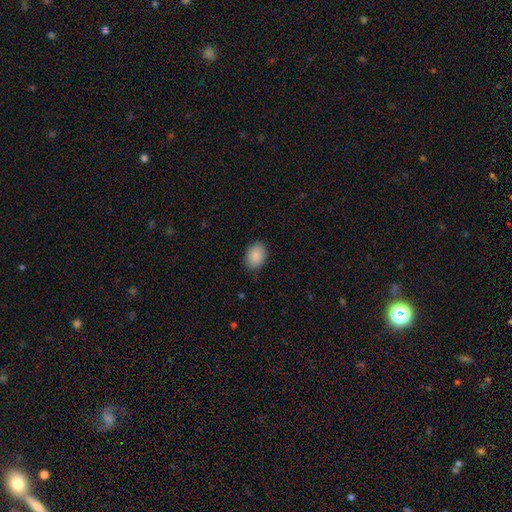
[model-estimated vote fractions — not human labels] smooth_or_featured: smooth (p=0.89) [alt: star or artifact p=0.07]
how_rounded: in between (p=0.78) [alt: round p=0.21]
merging: none (p=0.86) [alt: minor disturbance p=0.10]